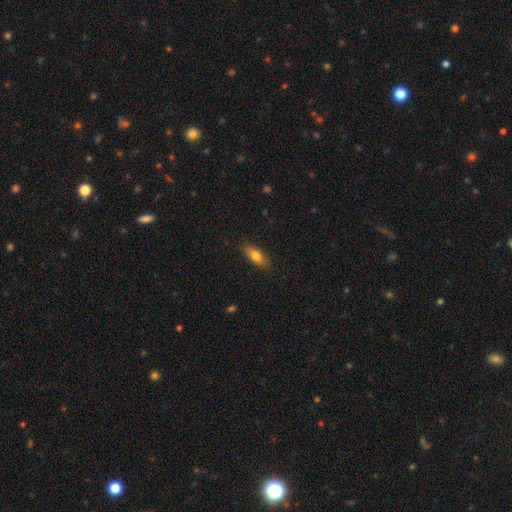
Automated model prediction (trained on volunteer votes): Smooth or featured: smooth — 74% (featured or disk — 19%)
How rounded: in between — 64% (cigar-shaped — 33%)
Merging: none — 86% (minor disturbance — 11%)